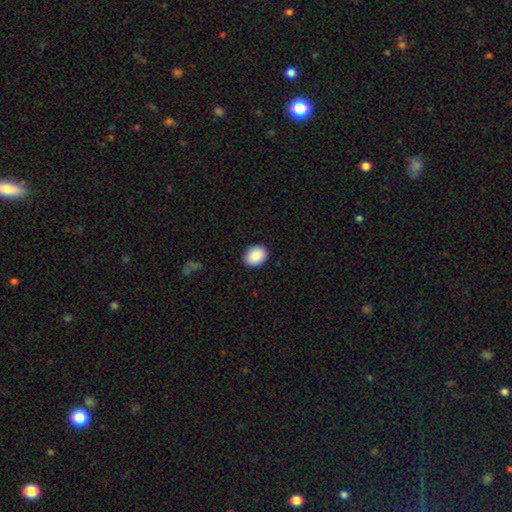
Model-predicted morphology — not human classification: type=smooth (90%); roundness=in between (56%); merging=none (90%).